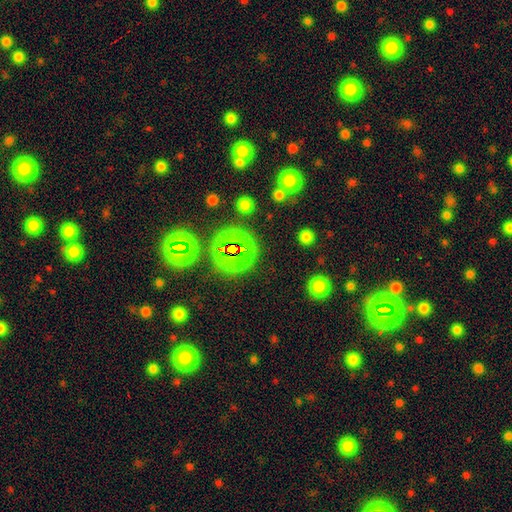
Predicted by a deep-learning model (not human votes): Smooth or featured?
  - star or artifact: 68% *
  - smooth: 20%
  - featured or disk: 12%